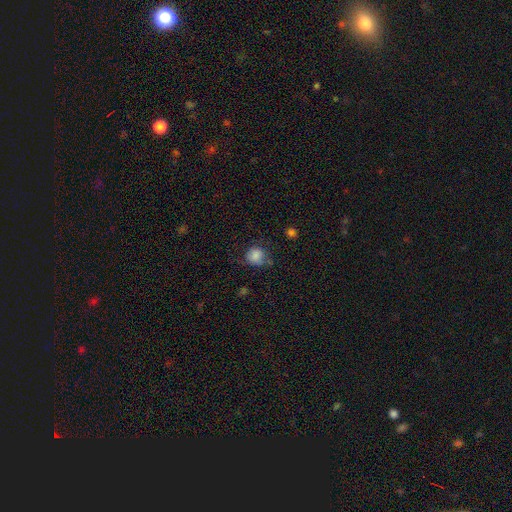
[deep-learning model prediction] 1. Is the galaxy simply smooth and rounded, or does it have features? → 83% smooth, 10% star or artifact, 7% featured or disk.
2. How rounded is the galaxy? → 81% round, 18% in between, 1% cigar-shaped.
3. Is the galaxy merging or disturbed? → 61% none, 26% minor disturbance, 9% major disturbance, 4% merger.